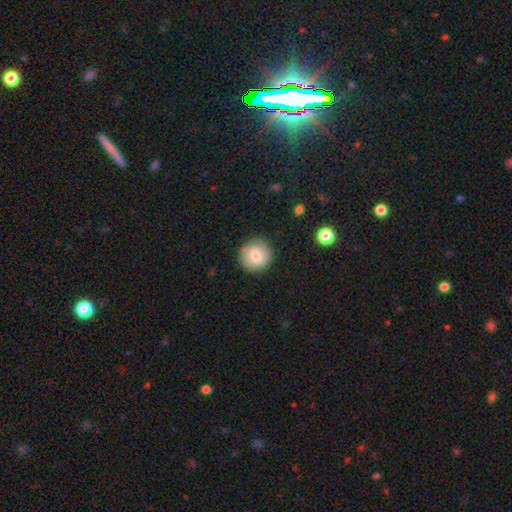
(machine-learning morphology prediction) This appears to be a smooth galaxy with no disk features (78%) that is round (93%). Merging: none (85%).